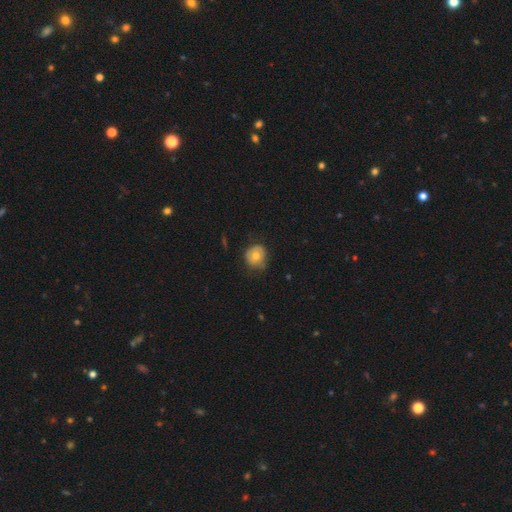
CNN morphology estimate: This is likely a smooth galaxy (65%). How rounded: clearly round (84%). Merging: likely none (67%).